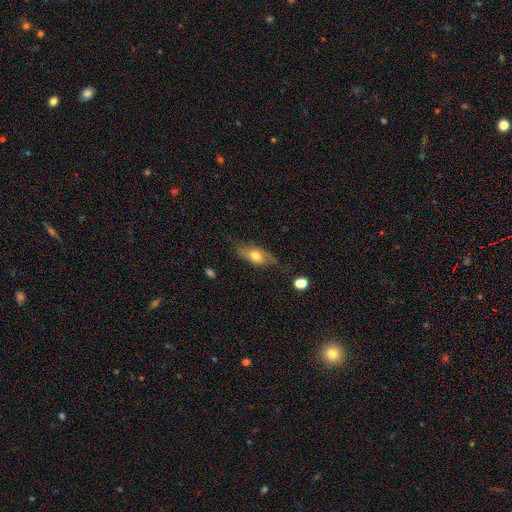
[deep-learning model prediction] Q: Smooth or featured?
A: smooth (60%); runner-up: featured or disk (32%)
Q: How rounded?
A: in between (78%); runner-up: cigar-shaped (15%)
Q: Merging?
A: none (63%); runner-up: minor disturbance (26%)